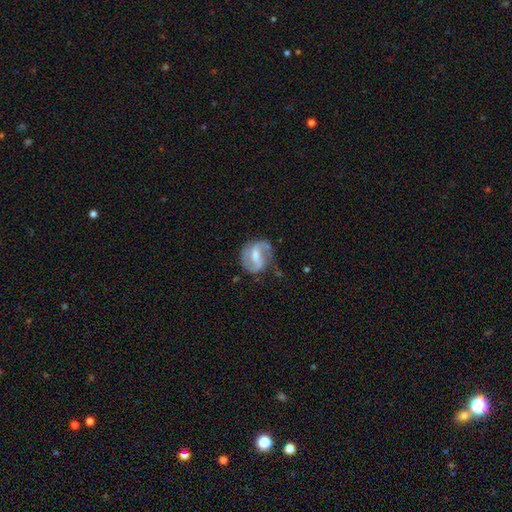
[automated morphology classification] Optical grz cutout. It shows a featured or disk galaxy (81%) with a weak bar (43%), 2 (83%) medium (48%) spiral arms (91%) and a moderate central bulge (54%). Merging: none (67%).